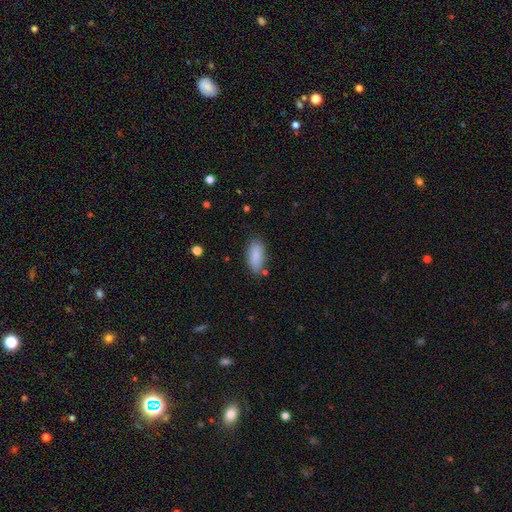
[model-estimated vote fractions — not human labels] Smooth or featured?
  - smooth: 86% *
  - featured or disk: 7%
  - star or artifact: 7%
How rounded?
  - in between: 87% *
  - cigar-shaped: 11%
  - round: 2%
Merging?
  - none: 76% *
  - minor disturbance: 16%
  - merger: 4%
  - major disturbance: 3%